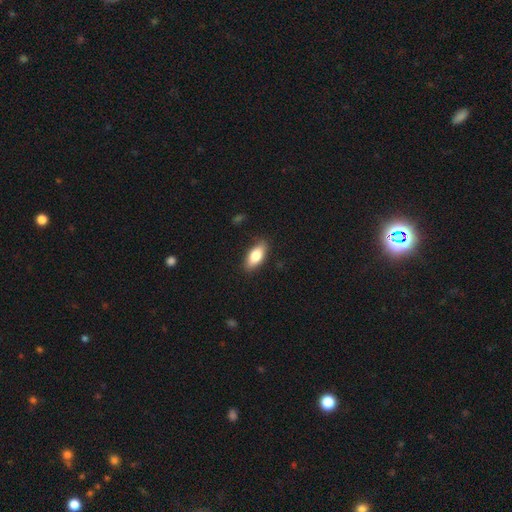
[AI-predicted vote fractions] A smooth galaxy with no disk features (79%) that is in between round and cigar-shaped (84%). Merging: none (85%).